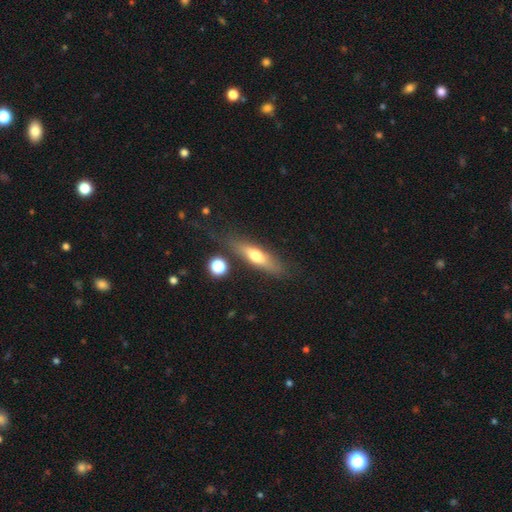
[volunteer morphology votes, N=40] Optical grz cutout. It shows a smooth galaxy with no disk features (72%) that is in between round and cigar-shaped (59%). Merging: none (50%).